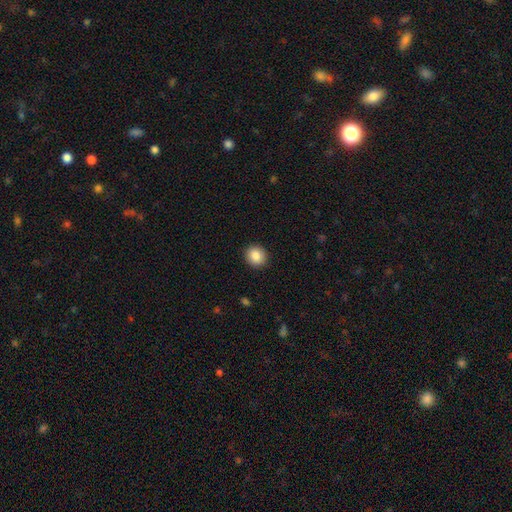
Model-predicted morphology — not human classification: smooth 87%, star or artifact 9%, featured or disk 5%. Down the decision tree: how rounded — round (82%); merging — none (91%).